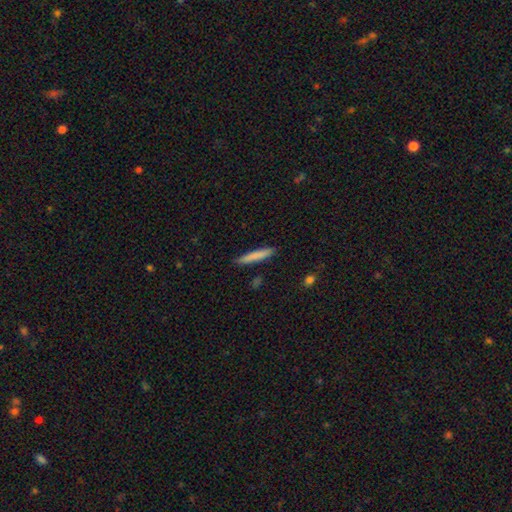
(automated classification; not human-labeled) smooth 79%, featured or disk 14%, star or artifact 6%. Down the decision tree: how rounded — cigar-shaped (94%); merging — none (88%).